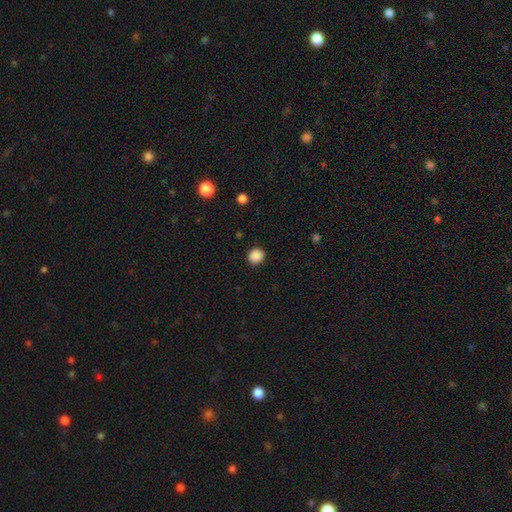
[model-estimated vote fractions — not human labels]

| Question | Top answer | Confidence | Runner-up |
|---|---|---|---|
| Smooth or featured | smooth | 88% | star or artifact (10%) |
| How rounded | round | 88% | in between (11%) |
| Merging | none | 91% | minor disturbance (6%) |